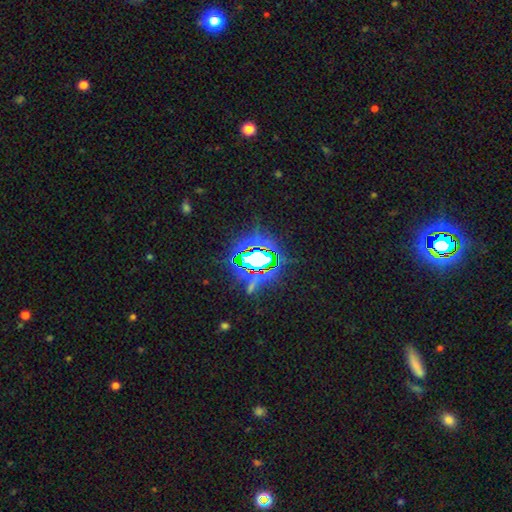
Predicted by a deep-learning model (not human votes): The model was most divided on "smooth or featured": star or artifact: 76%, smooth: 13%, featured or disk: 11%.